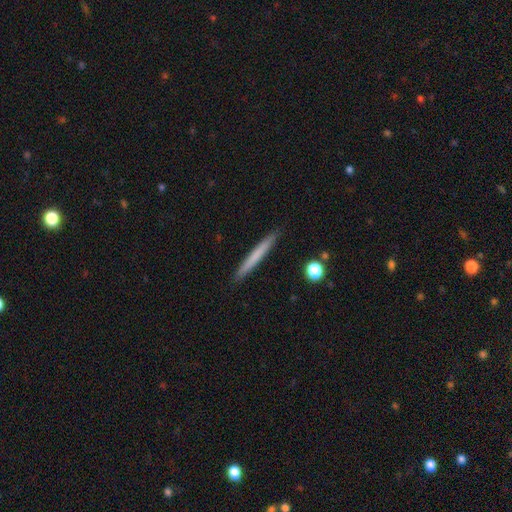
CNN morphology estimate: Smooth or featured?
  - smooth: 66% *
  - featured or disk: 28%
  - star or artifact: 6%
How rounded?
  - cigar-shaped: 97% *
  - in between: 2%
  - round: 1%
Merging?
  - none: 92% *
  - minor disturbance: 6%
  - major disturbance: 1%
  - merger: 1%